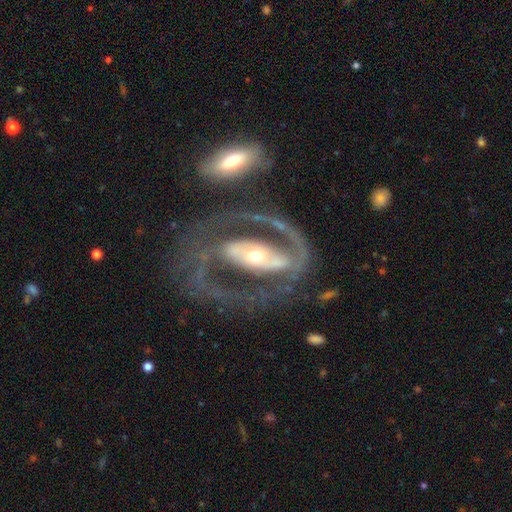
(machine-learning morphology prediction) smooth-or-featured: featured or disk: 88% | smooth: 8% | star or artifact: 5%
  disk-edge-on: no: 96% | yes: 4%
    bar: strong: 46% | no: 27% | weak: 26%
    has-spiral-arms: yes: 88% | no: 12%
      spiral-winding: medium: 50% | loose: 28% | tight: 22%
      spiral-arm-count: 2: 83% | 1: 7% | can't tell: 5% | 3: 2% | 4: 1% | more than 4: 1%
    bulge-size: moderate: 65% | small: 22% | large: 9% | dominant: 2% | none: 1%
  merging: none: 57% | major disturbance: 22% | minor disturbance: 15% | merger: 6%